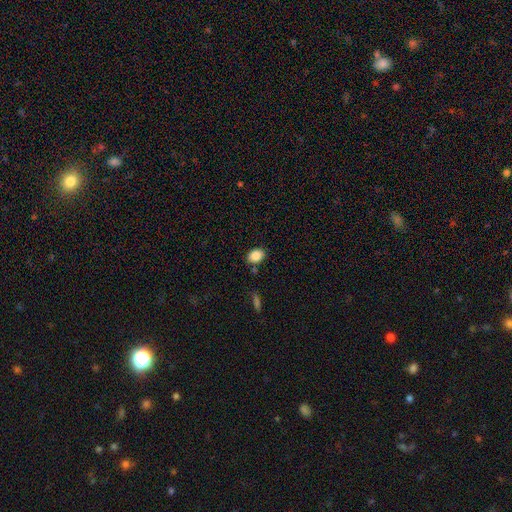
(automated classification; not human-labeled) Overall: smooth (86%). How rounded: in between (67%; round 32%). Merging: none (81%).